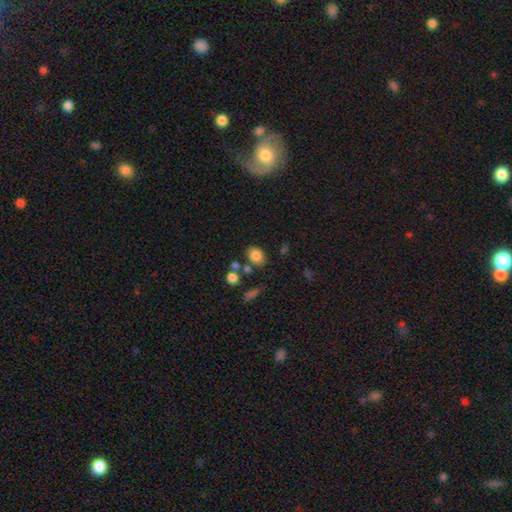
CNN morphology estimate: smooth 83%, star or artifact 10%, featured or disk 7%. Down the decision tree: how rounded — in between (58%); merging — none (72%).